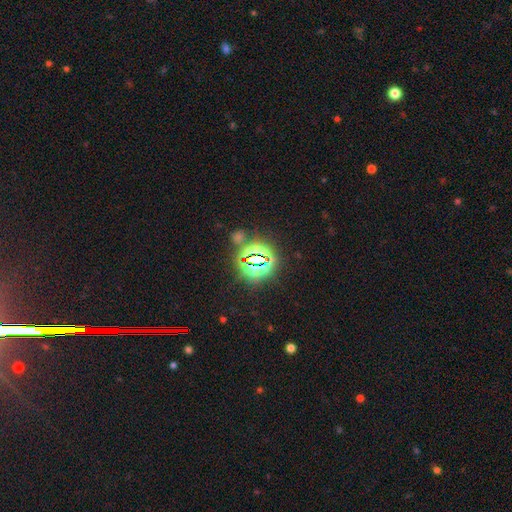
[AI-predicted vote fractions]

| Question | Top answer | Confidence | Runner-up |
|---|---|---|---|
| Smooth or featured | star or artifact | 83% | smooth (10%) |